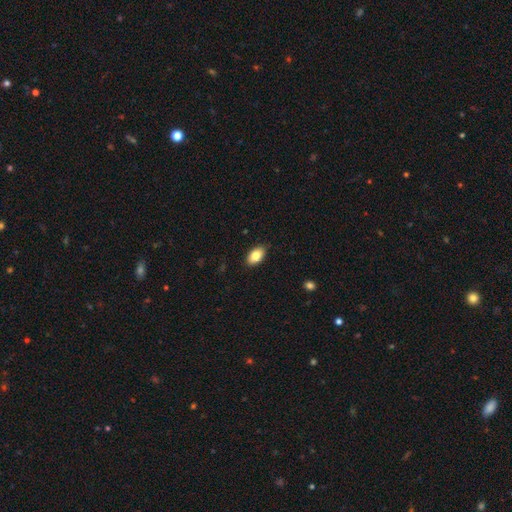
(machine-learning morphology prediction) type=smooth (82%); roundness=in between (93%); merging=none (87%).